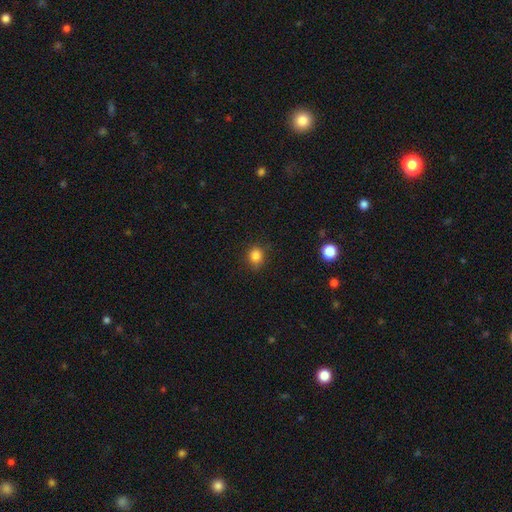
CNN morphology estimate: Overall: smooth (84%). How rounded: round (76%). Merging: none (81%).